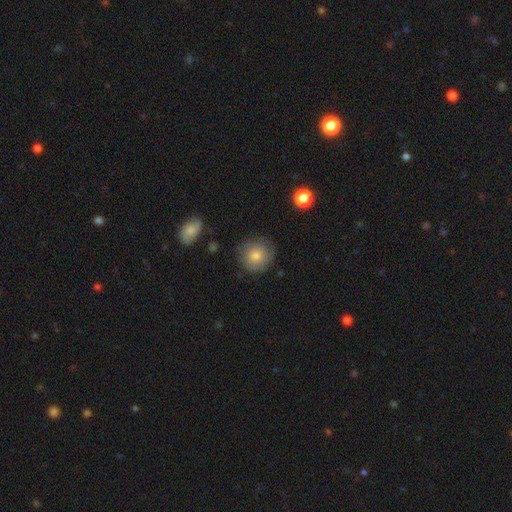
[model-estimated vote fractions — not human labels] Smooth or featured?
  - smooth: 70% *
  - featured or disk: 21%
  - star or artifact: 9%
How rounded?
  - round: 90% *
  - in between: 9%
  - cigar-shaped: 1%
Merging?
  - none: 77% *
  - minor disturbance: 17%
  - major disturbance: 5%
  - merger: 1%